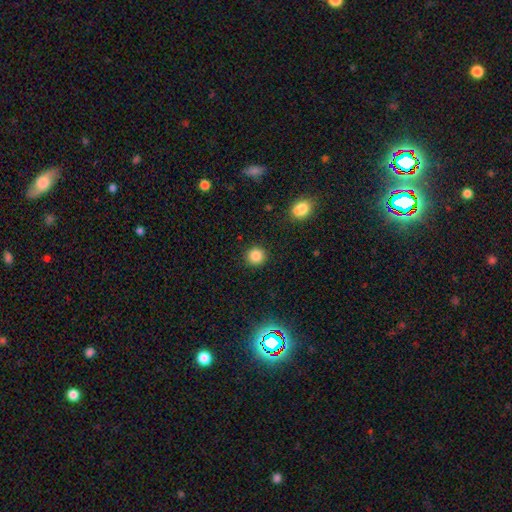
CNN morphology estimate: Smooth or featured? Predicted: smooth (p=0.85). How rounded? Predicted: round (p=0.93). Merging? Predicted: none (p=0.91).